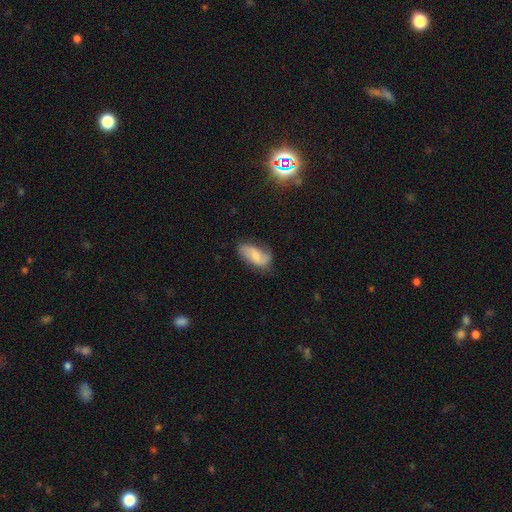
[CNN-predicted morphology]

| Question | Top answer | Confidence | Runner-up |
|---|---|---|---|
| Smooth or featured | smooth | 51% | featured or disk (42%) |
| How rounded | in between | 89% | cigar-shaped (7%) |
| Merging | none | 64% | minor disturbance (26%) |